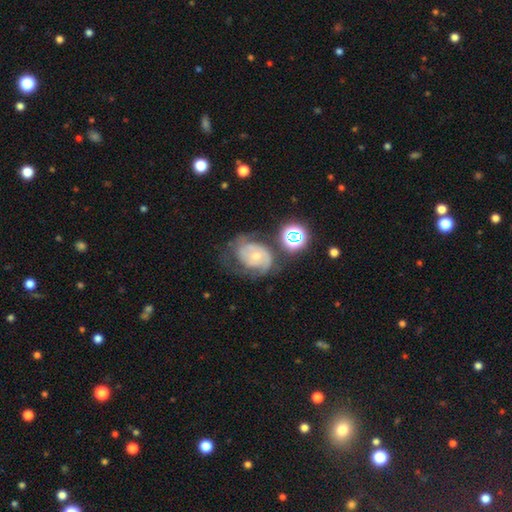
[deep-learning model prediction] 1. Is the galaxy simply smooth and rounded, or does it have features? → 72% featured or disk, 18% smooth, 10% star or artifact.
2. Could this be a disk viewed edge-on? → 97% no, 3% yes.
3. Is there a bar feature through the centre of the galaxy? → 75% no, 20% weak, 4% strong.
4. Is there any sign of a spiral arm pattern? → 87% yes, 13% no.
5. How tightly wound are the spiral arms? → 50% tight, 36% medium, 14% loose.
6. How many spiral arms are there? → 43% 2, 30% can't tell, 12% 1, 10% 3, 3% 4, 2% more than 4.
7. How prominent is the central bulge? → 55% small, 39% moderate, 2% large, 2% none, 1% dominant.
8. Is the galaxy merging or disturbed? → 43% none, 26% major disturbance, 25% minor disturbance, 6% merger.